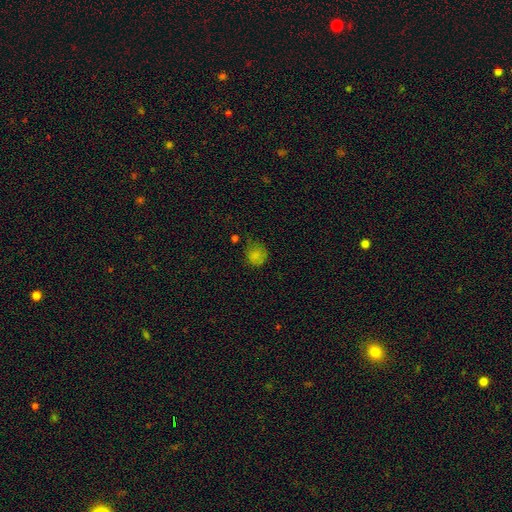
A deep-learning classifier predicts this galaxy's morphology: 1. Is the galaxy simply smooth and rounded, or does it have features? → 76% smooth, 15% star or artifact, 8% featured or disk.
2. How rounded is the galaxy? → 81% round, 18% in between, 1% cigar-shaped.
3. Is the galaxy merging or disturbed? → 53% none, 30% minor disturbance, 13% major disturbance, 4% merger.